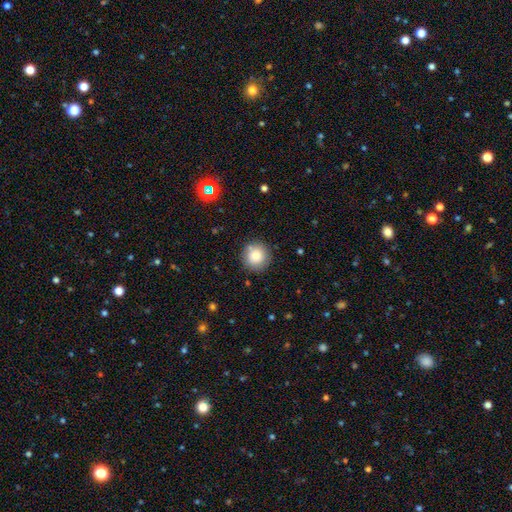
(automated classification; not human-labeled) Smooth or featured: smooth — 82% (star or artifact — 9%)
How rounded: round — 93% (in between — 6%)
Merging: none — 85% (minor disturbance — 10%)